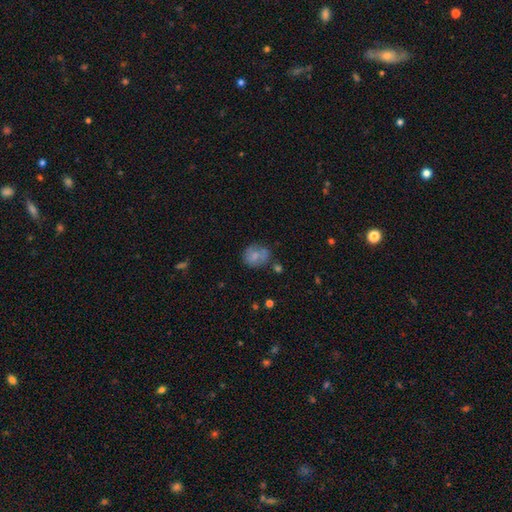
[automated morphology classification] A smooth galaxy with no disk features (72%) that is round (63%). Merging: none (53%).